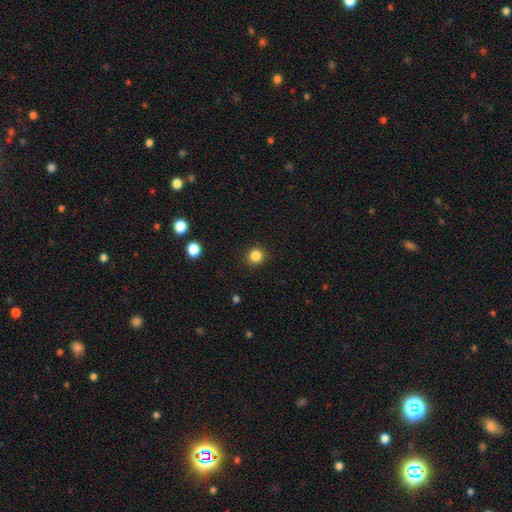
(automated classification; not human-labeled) smooth_or_featured: smooth (p=0.84) [alt: star or artifact p=0.12]
how_rounded: round (p=0.89) [alt: in between p=0.10]
merging: none (p=0.91) [alt: minor disturbance p=0.06]